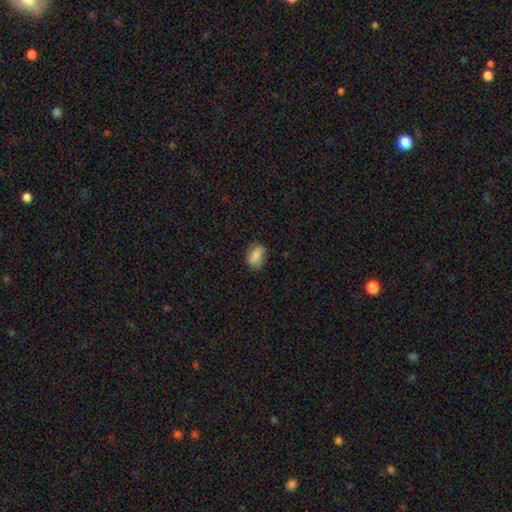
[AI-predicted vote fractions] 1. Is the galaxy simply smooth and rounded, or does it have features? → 83% smooth, 10% featured or disk, 8% star or artifact.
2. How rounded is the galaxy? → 84% in between, 11% round, 5% cigar-shaped.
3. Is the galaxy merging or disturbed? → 78% none, 17% minor disturbance, 4% major disturbance, 1% merger.